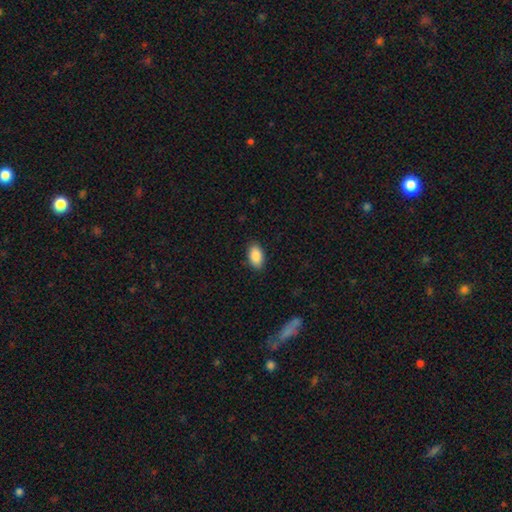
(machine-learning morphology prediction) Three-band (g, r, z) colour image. It shows a smooth galaxy with no disk features (88%) that is in between round and cigar-shaped (93%). Merging: none (88%).